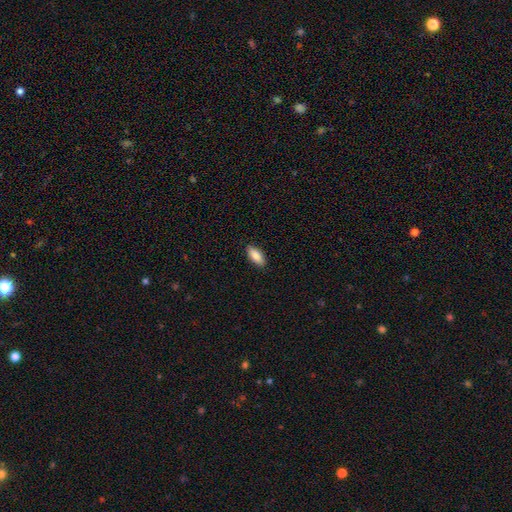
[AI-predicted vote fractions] smooth-or-featured: smooth: 86% | featured or disk: 8% | star or artifact: 6%
  how-rounded: in between: 86% | cigar-shaped: 12% | round: 2%
  merging: none: 89% | minor disturbance: 9% | major disturbance: 2% | merger: 1%